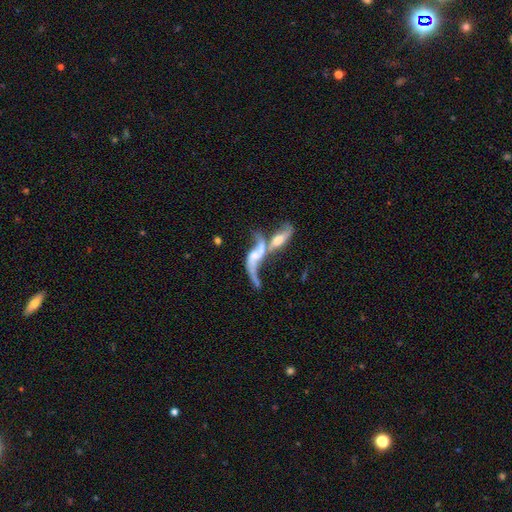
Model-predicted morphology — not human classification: Overall: featured or disk (71%). Edge-on disk: no (84%). Bar: no (57%; weak 31%). Spiral arms: yes (73%). Bulge size: none (33%; small 30%). Merging: merger (69%).